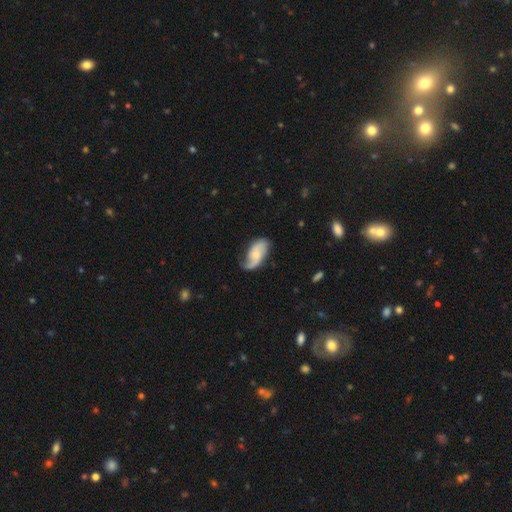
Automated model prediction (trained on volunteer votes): Overall: featured or disk (71%). Edge-on disk: no (96%). Bar: no (63%; weak 30%). Spiral arms: yes (94%). Spiral arm count: 2 (72%). Spiral winding: loose (52%; medium 34%). Bulge size: small (53%; moderate 33%). Merging: none (60%; minor disturbance 26%).